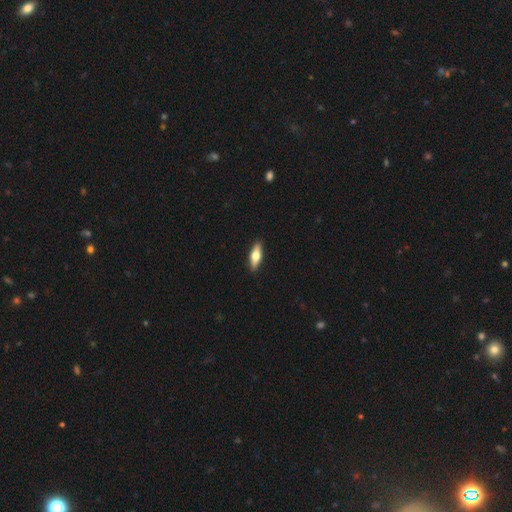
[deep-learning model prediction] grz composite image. It shows a smooth galaxy with no disk features (56%) that is in between round and cigar-shaped (52%). Merging: none (91%).